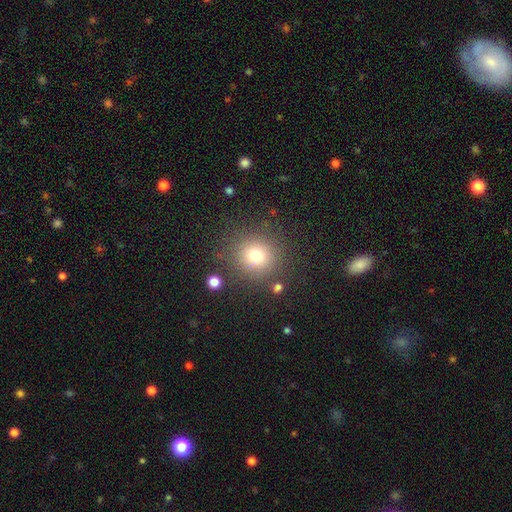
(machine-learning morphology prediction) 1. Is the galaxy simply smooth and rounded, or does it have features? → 76% smooth, 15% star or artifact, 9% featured or disk.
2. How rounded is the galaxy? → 90% round, 9% in between, 1% cigar-shaped.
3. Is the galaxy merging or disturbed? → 84% none, 9% minor disturbance, 4% major disturbance, 3% merger.